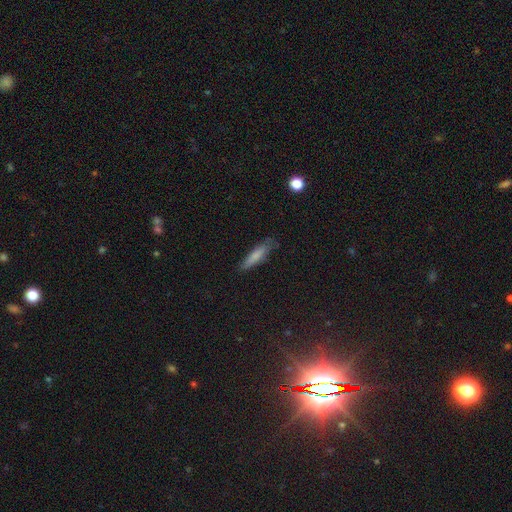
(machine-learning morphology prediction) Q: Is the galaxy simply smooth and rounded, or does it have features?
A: smooth — 76%.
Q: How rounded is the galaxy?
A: cigar-shaped — 75%.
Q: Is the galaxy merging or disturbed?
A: none — 76%.